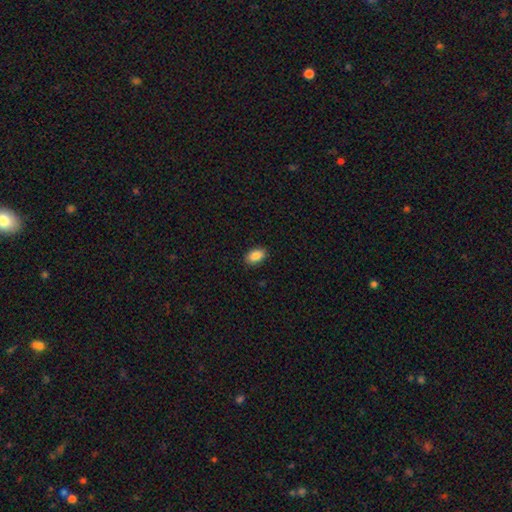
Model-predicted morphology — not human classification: Q: Smooth or featured?
A: smooth (89%); runner-up: star or artifact (7%)
Q: How rounded?
A: in between (91%); runner-up: round (8%)
Q: Merging?
A: none (88%); runner-up: minor disturbance (9%)